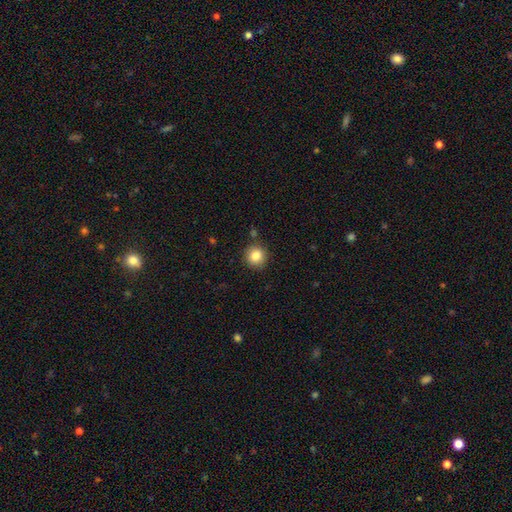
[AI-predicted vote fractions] Morphology: type=smooth (85%); roundness=round (92%); merging=none (87%).